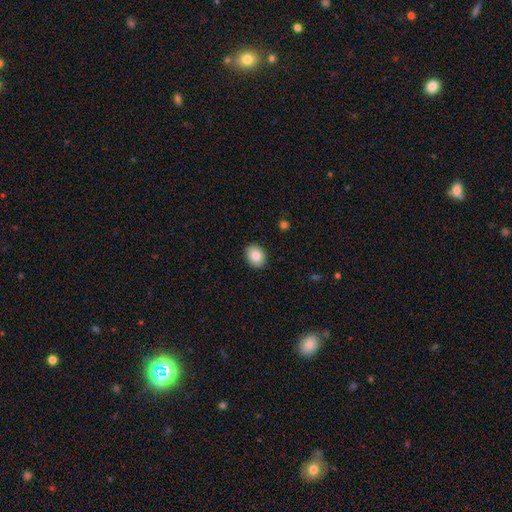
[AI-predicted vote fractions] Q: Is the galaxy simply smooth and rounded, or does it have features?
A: smooth — 86%.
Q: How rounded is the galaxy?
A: in between — 55%.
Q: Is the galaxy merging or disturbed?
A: none — 89%.